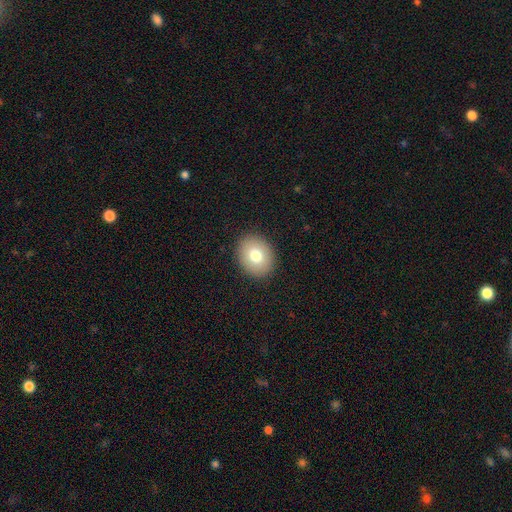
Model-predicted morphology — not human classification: A smooth galaxy with no disk features (76%) that is round (55%). Merging: none (90%).